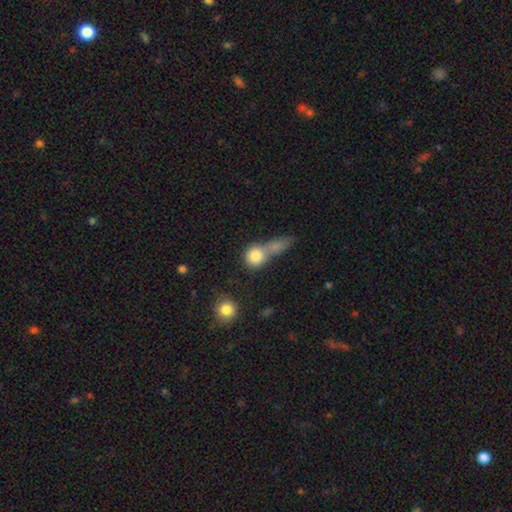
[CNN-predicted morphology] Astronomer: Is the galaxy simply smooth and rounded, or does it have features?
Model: smooth — 80%.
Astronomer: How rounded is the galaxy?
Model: round — 81%.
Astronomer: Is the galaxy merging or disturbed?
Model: merger — 54% (runner-up: none, 32%).